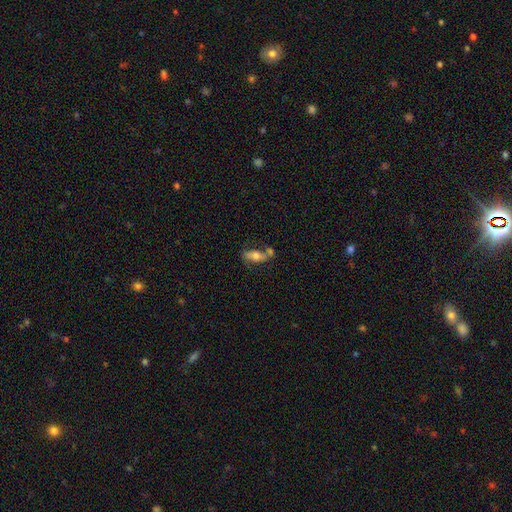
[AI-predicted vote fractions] This is possibly a smooth galaxy (56%). How rounded: likely in between (70%). Merging: marginally none (39%).